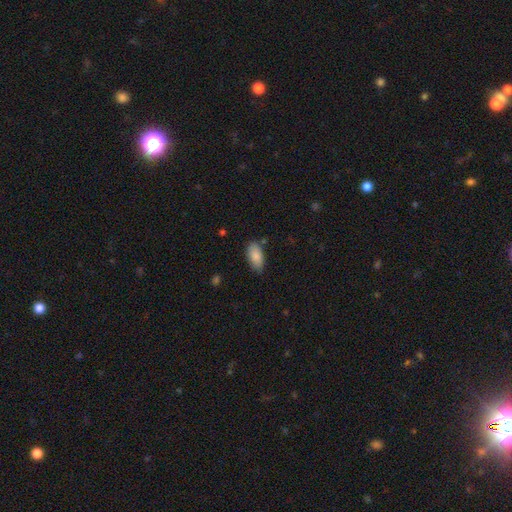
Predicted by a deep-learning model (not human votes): Smooth or featured: smooth — 86% (featured or disk — 7%)
How rounded: in between — 92% (cigar-shaped — 6%)
Merging: none — 77% (minor disturbance — 17%)